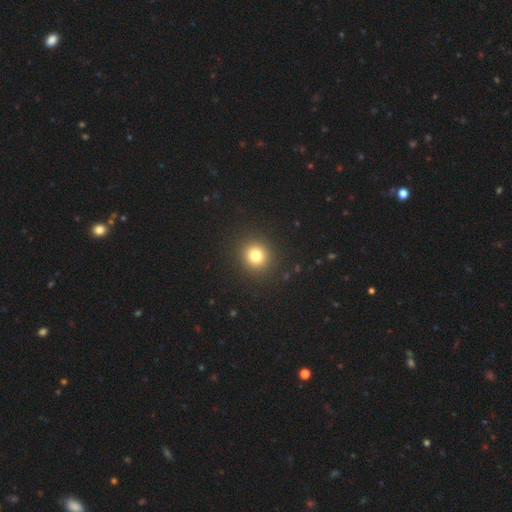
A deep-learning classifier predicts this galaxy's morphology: smooth-or-featured: smooth: 79% | star or artifact: 14% | featured or disk: 7%
  how-rounded: round: 90% | in between: 9% | cigar-shaped: 1%
  merging: none: 91% | minor disturbance: 5% | major disturbance: 2% | merger: 1%